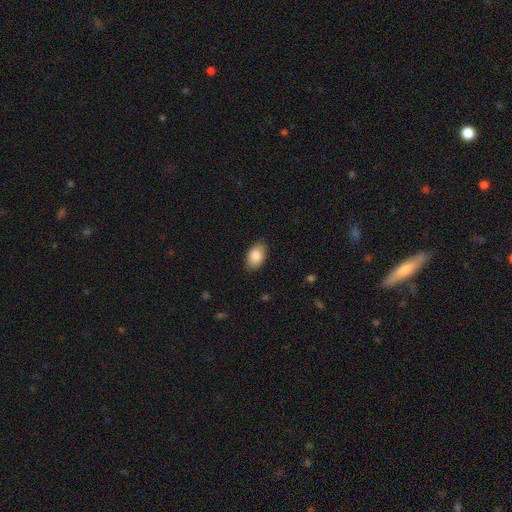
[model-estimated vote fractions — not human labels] Smooth or featured?
  - smooth: 87% *
  - star or artifact: 7%
  - featured or disk: 6%
How rounded?
  - in between: 90% *
  - round: 9%
  - cigar-shaped: 1%
Merging?
  - none: 86% *
  - minor disturbance: 11%
  - major disturbance: 2%
  - merger: 1%